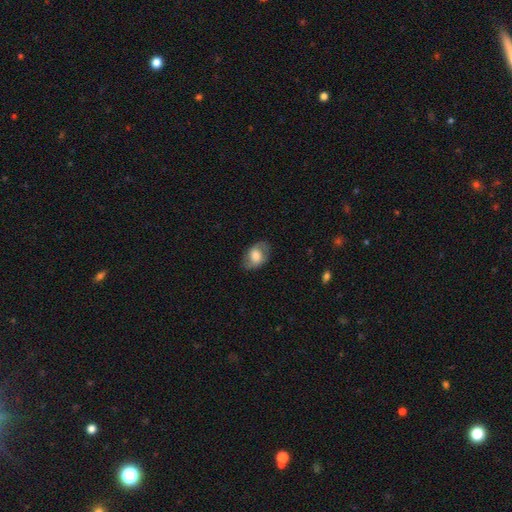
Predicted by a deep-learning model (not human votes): smooth_or_featured: smooth (p=0.58) [alt: featured or disk p=0.34]
how_rounded: in between (p=0.82) [alt: round p=0.17]
merging: none (p=0.75) [alt: minor disturbance p=0.17]